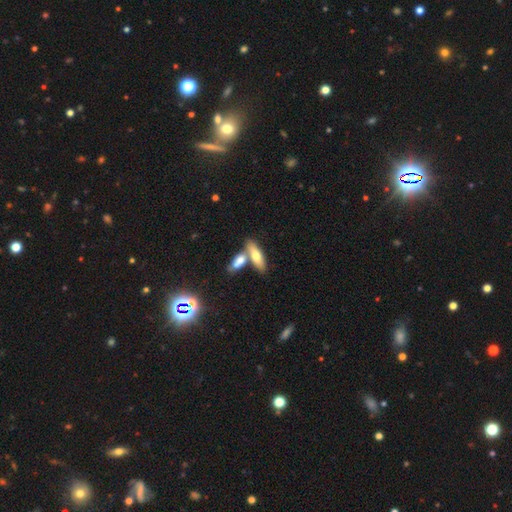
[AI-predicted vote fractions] smooth 67%, featured or disk 26%, star or artifact 7%. Down the decision tree: how rounded — in between (59%); merging — none (45%).